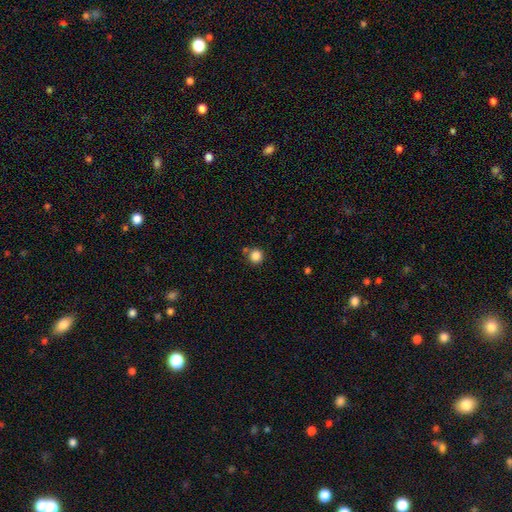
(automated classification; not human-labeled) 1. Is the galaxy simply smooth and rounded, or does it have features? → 85% smooth, 11% star or artifact, 4% featured or disk.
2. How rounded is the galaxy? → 94% round, 5% in between, 1% cigar-shaped.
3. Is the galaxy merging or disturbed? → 79% none, 9% minor disturbance, 9% merger, 3% major disturbance.